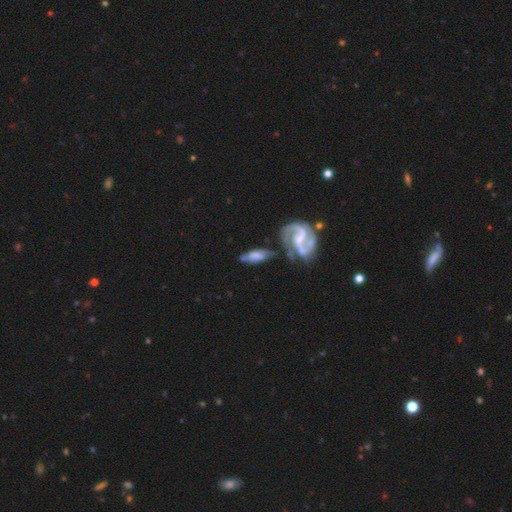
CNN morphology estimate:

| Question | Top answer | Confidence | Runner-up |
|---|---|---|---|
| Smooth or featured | featured or disk | 57% | smooth (35%) |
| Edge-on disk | no | 84% | yes (16%) |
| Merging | none | 42% | merger (23%) |